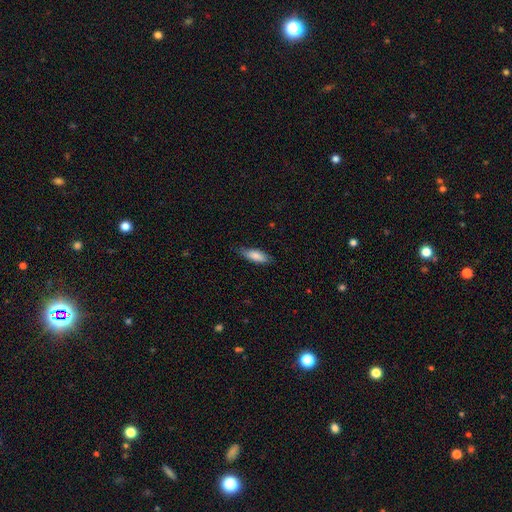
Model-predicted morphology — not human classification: Smooth or featured? Predicted: smooth (p=0.83). How rounded? Predicted: in between (p=0.60). Merging? Predicted: none (p=0.78).